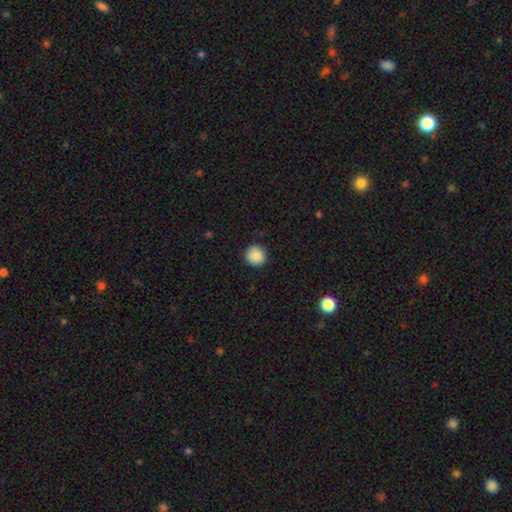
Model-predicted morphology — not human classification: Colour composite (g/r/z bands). It shows a smooth galaxy with no disk features (89%) that is round (93%). Merging: none (91%).